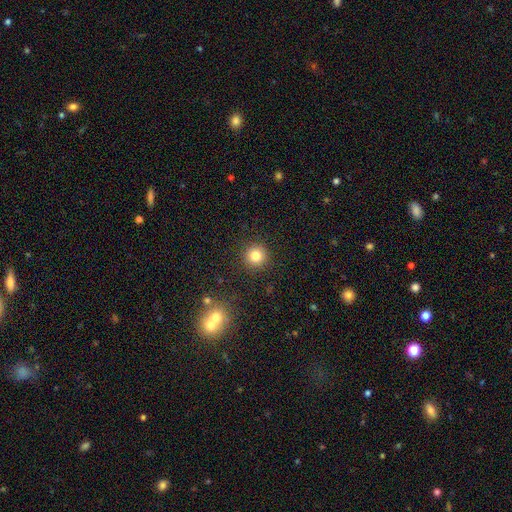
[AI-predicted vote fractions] A smooth galaxy with no disk features (81%) that is round (95%).

Vote fractions:
- Smooth or featured? smooth: 81% / star or artifact: 12% / featured or disk: 7%
- How rounded? round: 95% / in between: 4% / cigar-shaped: 1%
- Merging? none: 90% / minor disturbance: 6% / major disturbance: 2% / merger: 2%